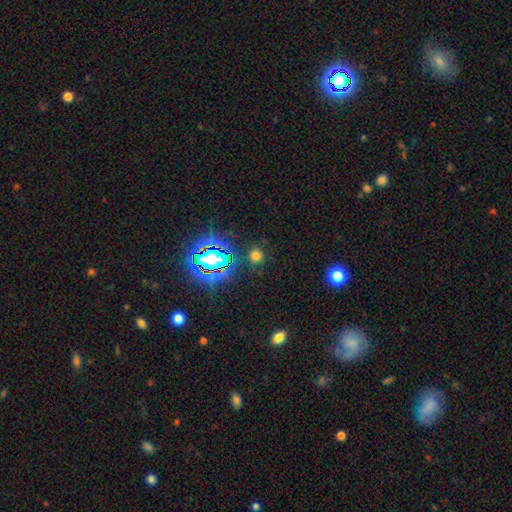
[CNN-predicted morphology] smooth_or_featured: smooth (p=0.59) [alt: star or artifact p=0.34]
how_rounded: round (p=0.87) [alt: in between p=0.12]
merging: none (p=0.84) [alt: minor disturbance p=0.09]